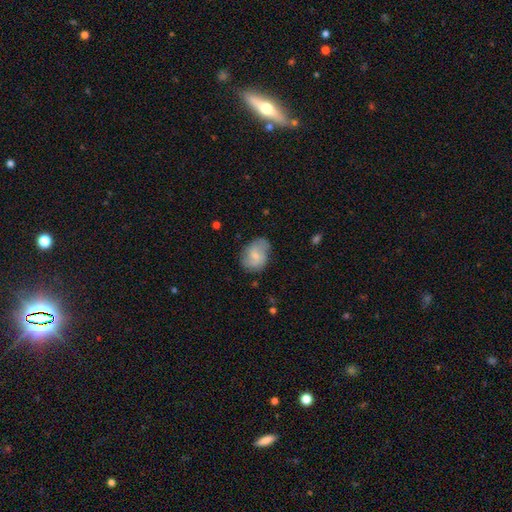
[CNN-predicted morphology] A smooth galaxy with no disk features (57%) that is in between round and cigar-shaped (66%). Merging: none (60%).